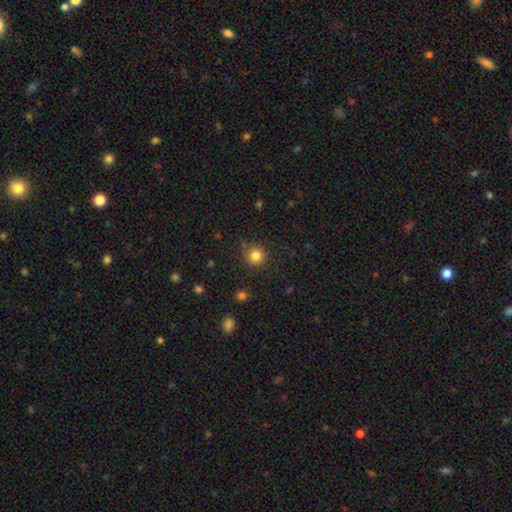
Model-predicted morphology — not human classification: Smooth or featured: smooth — 83% (star or artifact — 12%)
How rounded: round — 94% (in between — 5%)
Merging: none — 86% (minor disturbance — 9%)